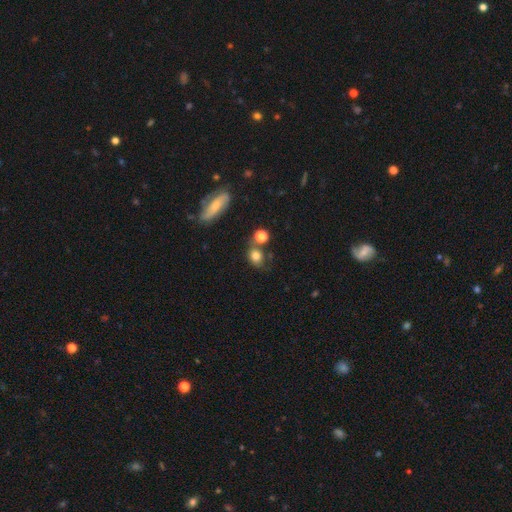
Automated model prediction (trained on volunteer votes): The model was most divided on "how rounded": round: 55%, in between: 42%, cigar-shaped: 2%. More confident: smooth or featured — smooth (77%); merging — none (57%).